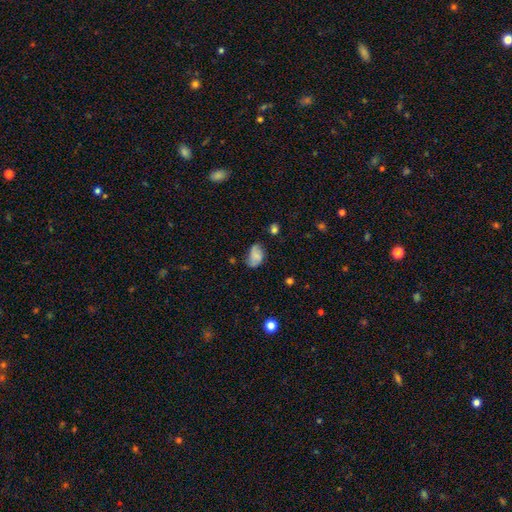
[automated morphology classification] smooth-or-featured: smooth: 65% | featured or disk: 26% | star or artifact: 10%
  how-rounded: in between: 85% | round: 13% | cigar-shaped: 2%
  merging: none: 52% | minor disturbance: 33% | major disturbance: 12% | merger: 3%